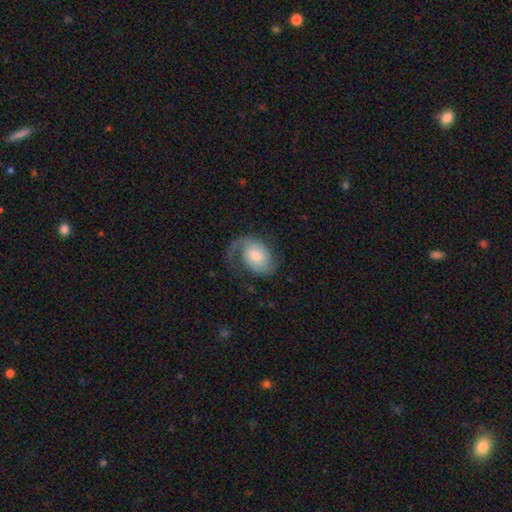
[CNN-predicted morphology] type=featured or disk (73%); edge-on=no (97%); bar=no (64%); spiral arms=yes (92%); winding=medium (38%, tied with loose); arm count=1 (46%, tied with 2); bulge=moderate (52%); merging=none (54%).